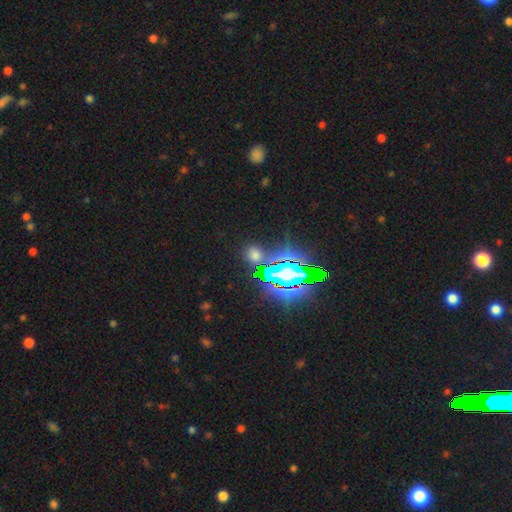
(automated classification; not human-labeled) The model was most divided on "smooth or featured": star or artifact: 51%, smooth: 41%, featured or disk: 8%.